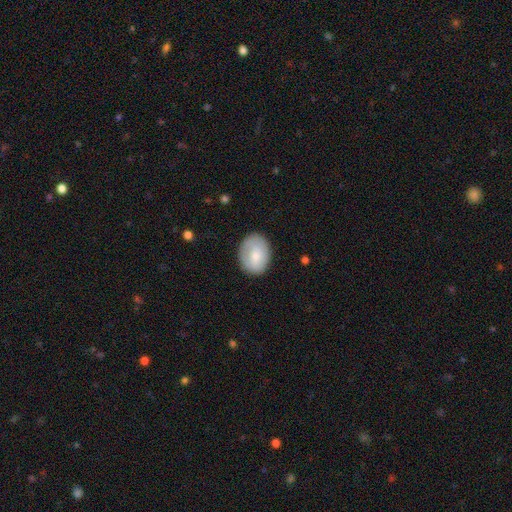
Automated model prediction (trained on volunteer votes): smooth_or_featured: smooth (p=0.67) [alt: featured or disk p=0.27]
how_rounded: in between (p=0.63) [alt: round p=0.36]
merging: none (p=0.77) [alt: minor disturbance p=0.17]